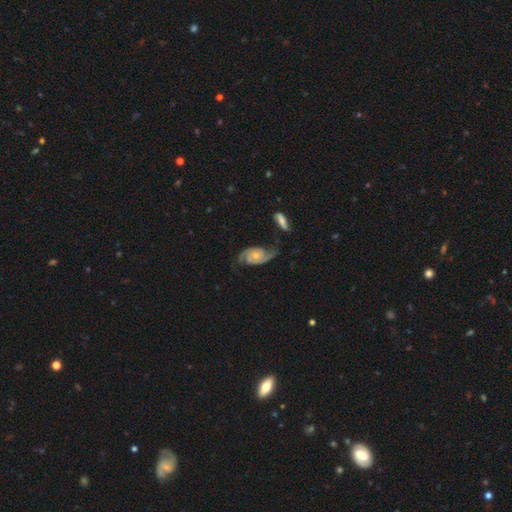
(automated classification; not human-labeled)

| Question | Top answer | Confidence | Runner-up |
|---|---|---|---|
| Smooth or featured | featured or disk | 88% | smooth (7%) |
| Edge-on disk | no | 96% | yes (4%) |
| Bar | no | 72% | weak (22%) |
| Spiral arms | yes | 97% | no (3%) |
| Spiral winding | medium | 45% | tight (30%) |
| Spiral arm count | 2 | 89% | can't tell (3%) |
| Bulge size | small | 53% | moderate (40%) |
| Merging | none | 63% | minor disturbance (20%) |